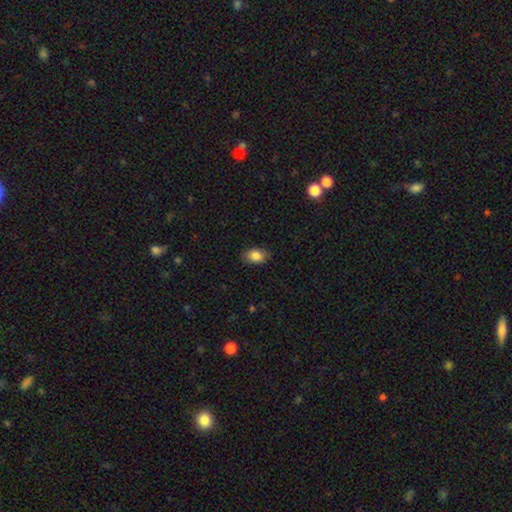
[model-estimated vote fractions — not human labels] Smooth or featured? smooth (86%)
How rounded? in between (85%)
Merging? none (85%)